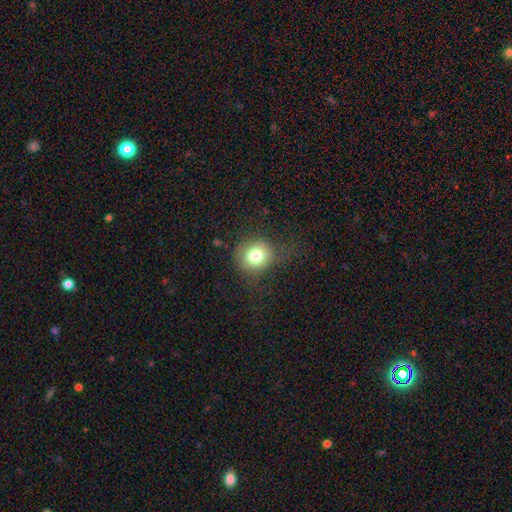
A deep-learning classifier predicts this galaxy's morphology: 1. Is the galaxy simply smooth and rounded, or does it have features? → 77% smooth, 12% star or artifact, 10% featured or disk.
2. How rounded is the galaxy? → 85% round, 14% in between, 1% cigar-shaped.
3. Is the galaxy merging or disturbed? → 73% none, 17% minor disturbance, 9% major disturbance, 1% merger.